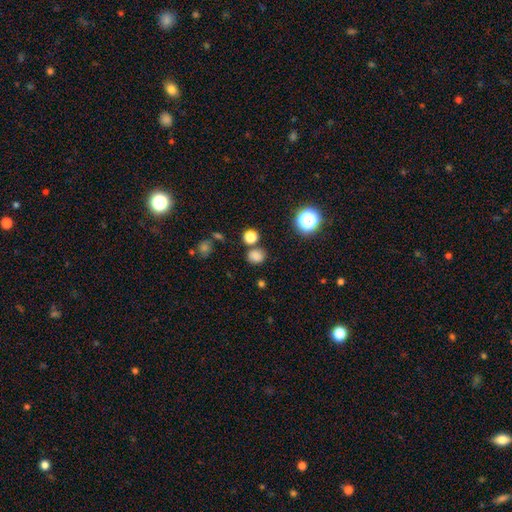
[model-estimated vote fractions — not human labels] A smooth galaxy with no disk features (77%) that is round (70%). Merging: none (75%).